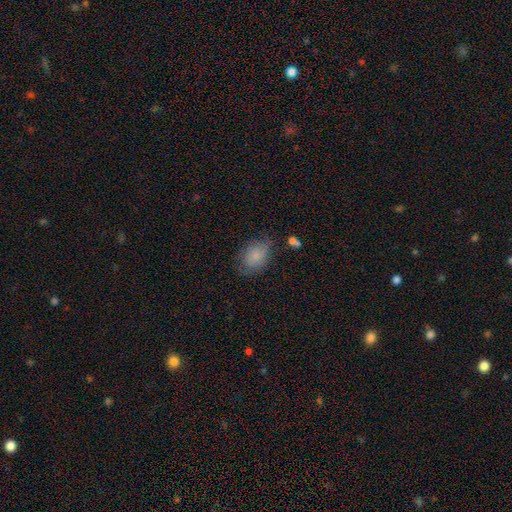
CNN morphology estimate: Overall: smooth (78%). How rounded: in between (74%). Merging: none (62%; minor disturbance 27%).